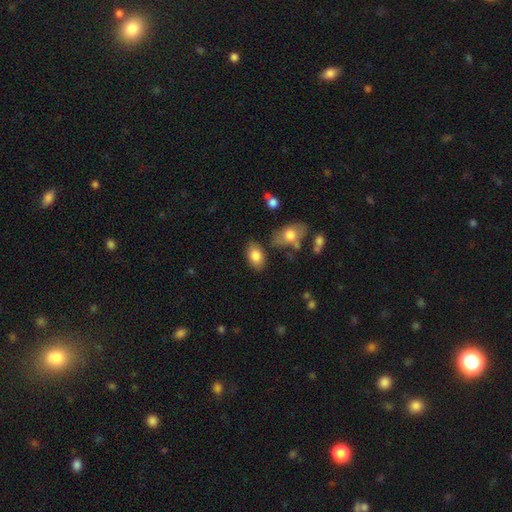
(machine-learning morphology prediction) Q: Smooth or featured?
A: smooth (83%); runner-up: featured or disk (10%)
Q: How rounded?
A: in between (90%); runner-up: round (8%)
Q: Merging?
A: none (76%); runner-up: minor disturbance (14%)